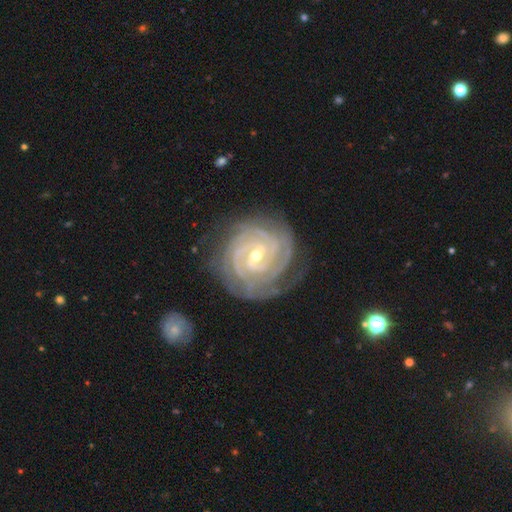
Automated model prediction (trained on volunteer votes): smooth_or_featured: featured or disk (p=0.93) [alt: star or artifact p=0.04]
disk_edge_on: no (p=0.98) [alt: yes p=0.02]
bar: weak (p=0.49) [alt: strong p=0.36]
has_spiral_arms: yes (p=0.99) [alt: no p=0.01]
spiral_winding: tight (p=0.86) [alt: medium p=0.12]
spiral_arm_count: 4 (p=0.28) [alt: 3 p=0.24]
bulge_size: small (p=0.57) [alt: moderate p=0.40]
merging: none (p=0.80) [alt: minor disturbance p=0.14]